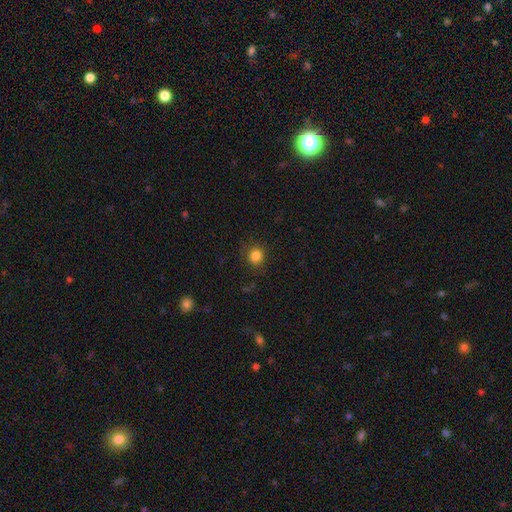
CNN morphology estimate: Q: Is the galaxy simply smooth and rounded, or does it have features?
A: smooth — 84%.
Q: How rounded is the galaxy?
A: round — 84%.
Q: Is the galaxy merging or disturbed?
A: none — 86%.